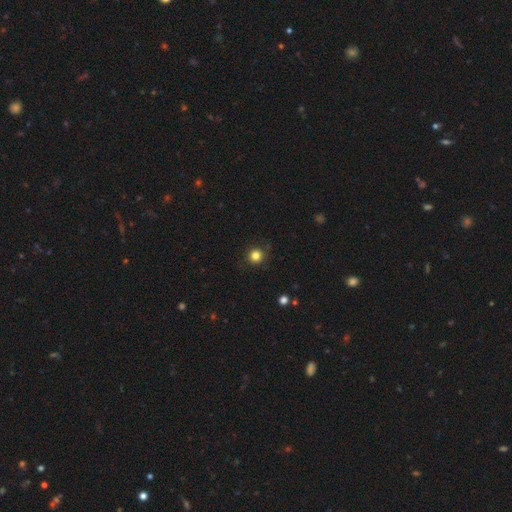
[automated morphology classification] smooth 82%, star or artifact 13%, featured or disk 5%. Down the decision tree: how rounded — round (95%); merging — none (89%).